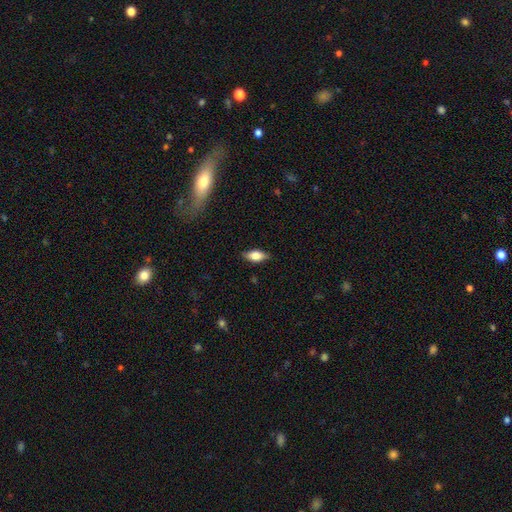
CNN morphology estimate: type=smooth (71%); roundness=in between (86%); merging=none (83%).